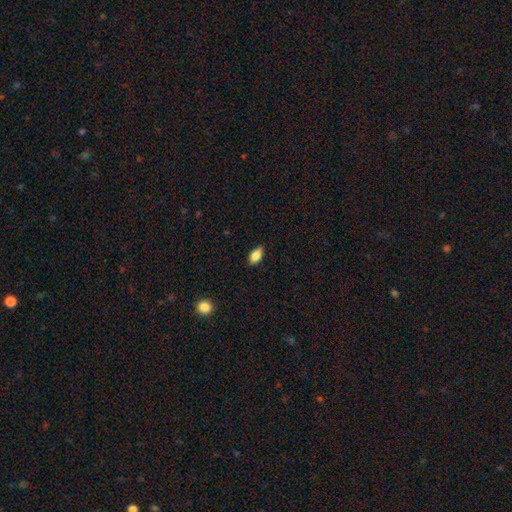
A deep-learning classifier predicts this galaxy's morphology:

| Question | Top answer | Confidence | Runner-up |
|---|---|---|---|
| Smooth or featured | smooth | 83% | featured or disk (9%) |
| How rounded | in between | 89% | round (7%) |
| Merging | none | 78% | minor disturbance (18%) |